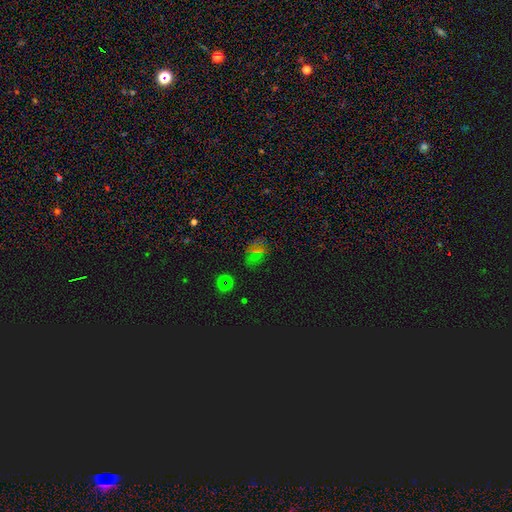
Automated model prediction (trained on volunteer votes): The model was most divided on "smooth or featured": star or artifact: 48%, smooth: 43%, featured or disk: 9%.